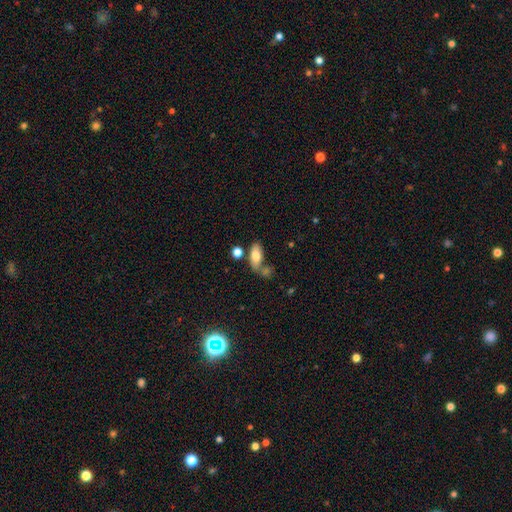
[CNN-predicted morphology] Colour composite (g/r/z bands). It shows a smooth galaxy with no disk features (76%) that is in between round and cigar-shaped (84%). Merging: none (51%).